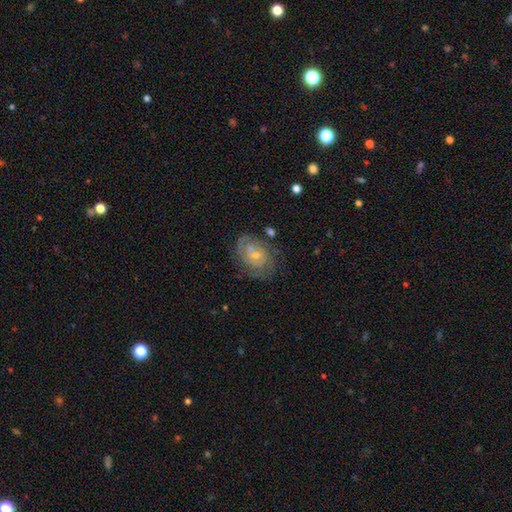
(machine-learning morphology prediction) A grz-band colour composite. It shows a featured or disk galaxy (78%) with no bar (68%), 2 (39%) tight (63%) spiral arms (92%) and a small central bulge (61%). Merging: none (72%).